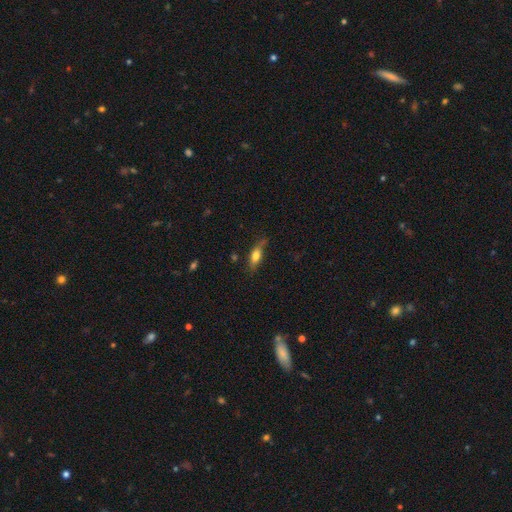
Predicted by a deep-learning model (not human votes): The model was most divided on "how rounded": in between: 59%, cigar-shaped: 37%, round: 4%. More confident: smooth or featured — smooth (67%); merging — none (63%).